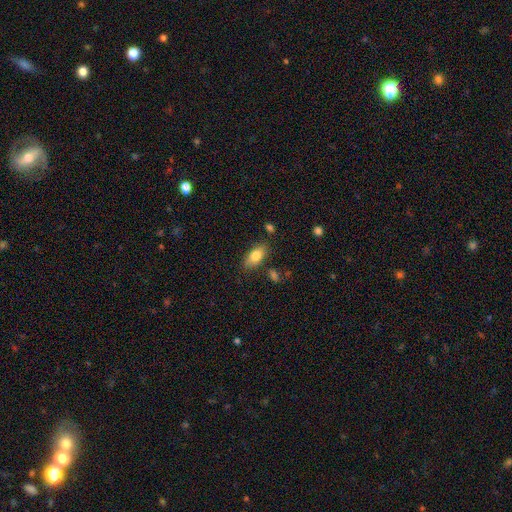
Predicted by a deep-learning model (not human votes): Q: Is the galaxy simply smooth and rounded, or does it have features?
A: smooth — 79%.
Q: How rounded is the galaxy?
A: in between — 88%.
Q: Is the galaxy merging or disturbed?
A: none — 79%.